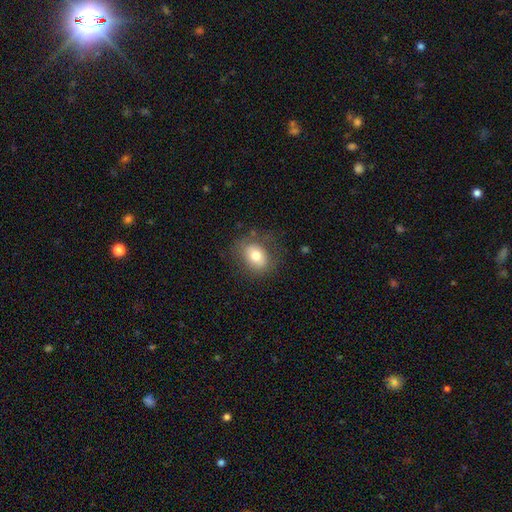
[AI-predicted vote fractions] A smooth galaxy with no disk features (73%) that is in between round and cigar-shaped (61%). Merging: none (74%).